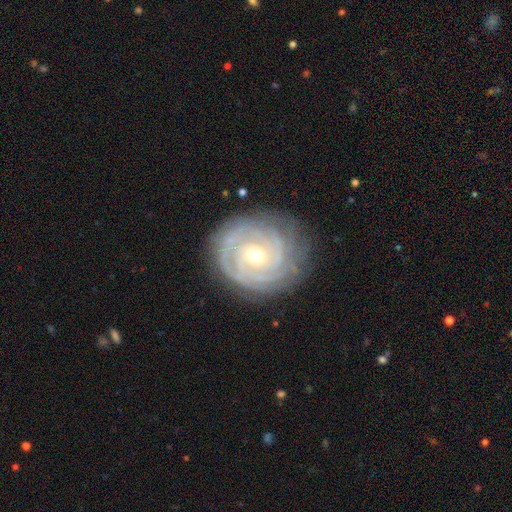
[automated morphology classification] Smooth or featured? Predicted: featured or disk (p=0.89). Edge-on disk? Predicted: no (p=0.97). Bar? Predicted: no (p=0.62). Spiral arms? Predicted: yes (p=0.97). Spiral winding? Predicted: tight (p=0.84). Spiral arm count? Predicted: can't tell (p=0.27). Bulge size? Predicted: moderate (p=0.50). Merging? Predicted: none (p=0.79).